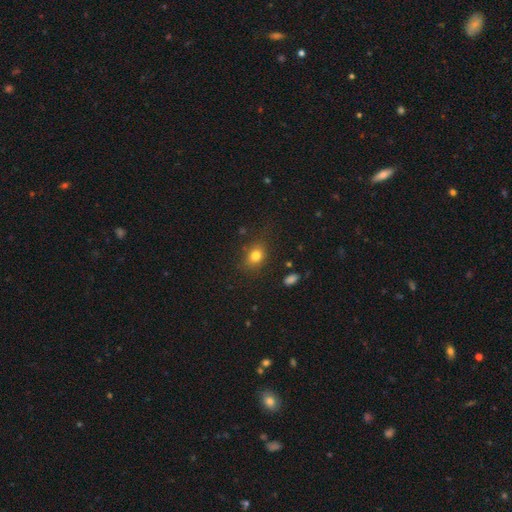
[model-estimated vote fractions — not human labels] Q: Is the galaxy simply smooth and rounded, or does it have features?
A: smooth — 80%.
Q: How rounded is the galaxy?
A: in between — 53%.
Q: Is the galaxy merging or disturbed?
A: none — 80%.